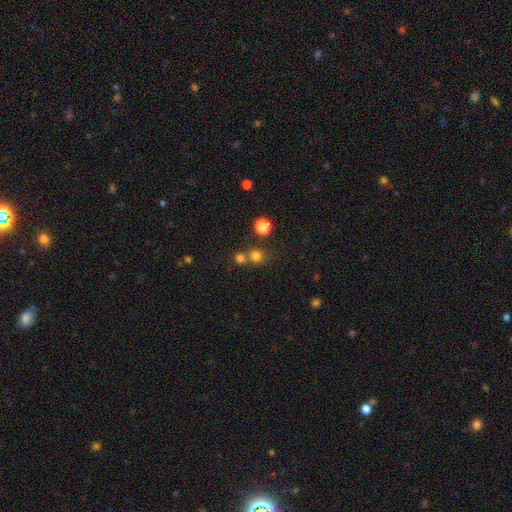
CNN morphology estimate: The model was most divided on "merging": none: 60%, merger: 30%, minor disturbance: 7%, major disturbance: 3%. More confident: how rounded — round (88%); smooth or featured — smooth (75%).